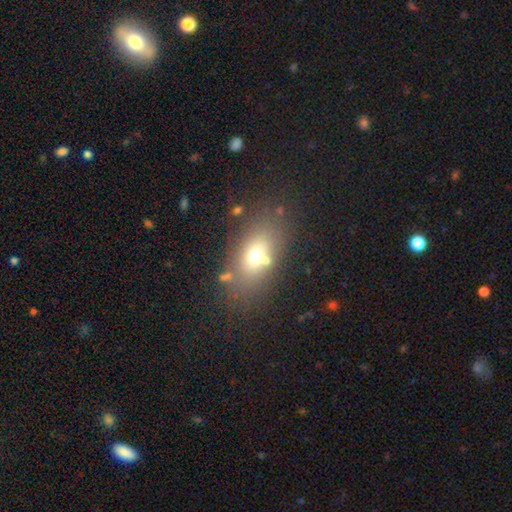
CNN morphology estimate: This is likely a smooth galaxy (66%). How rounded: likely in between (79%). Merging: likely none (70%).